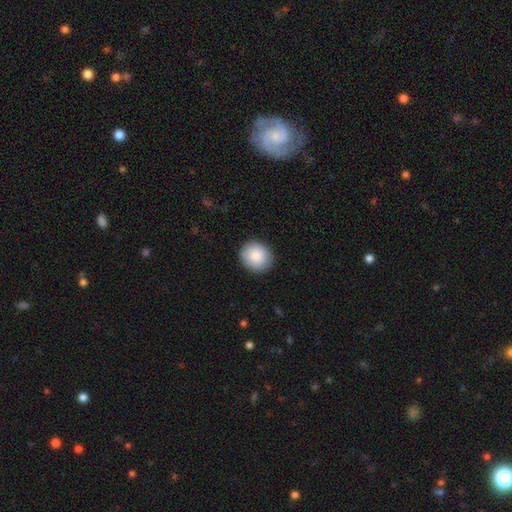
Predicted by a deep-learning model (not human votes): Smooth or featured?
  - smooth: 87% *
  - star or artifact: 7%
  - featured or disk: 7%
How rounded?
  - round: 80% *
  - in between: 19%
  - cigar-shaped: 1%
Merging?
  - none: 89% *
  - minor disturbance: 8%
  - major disturbance: 2%
  - merger: 1%